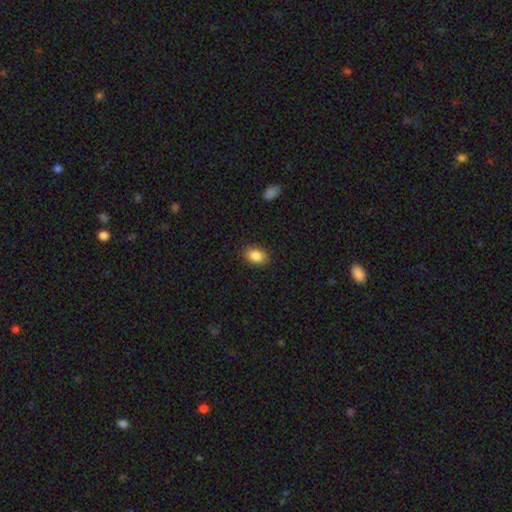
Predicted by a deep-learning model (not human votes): Morphology: type=smooth (87%); roundness=in between (80%); merging=none (88%).